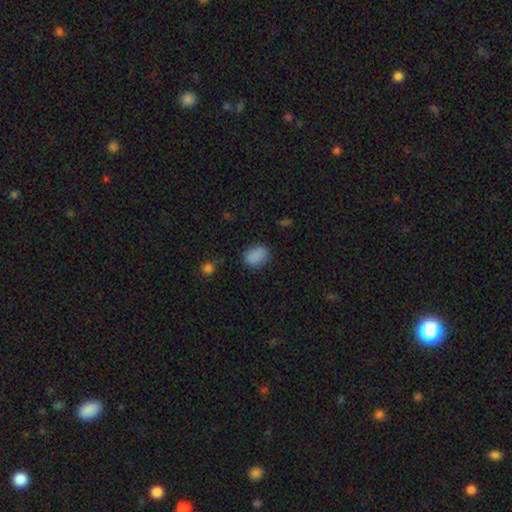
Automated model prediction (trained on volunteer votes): A smooth galaxy with no disk features (87%) that is in between round and cigar-shaped (65%).

Vote fractions:
- Smooth or featured? smooth: 87% / star or artifact: 10% / featured or disk: 3%
- How rounded? in between: 65% / round: 34% / cigar-shaped: 1%
- Merging? none: 83% / minor disturbance: 13% / major disturbance: 3% / merger: 1%